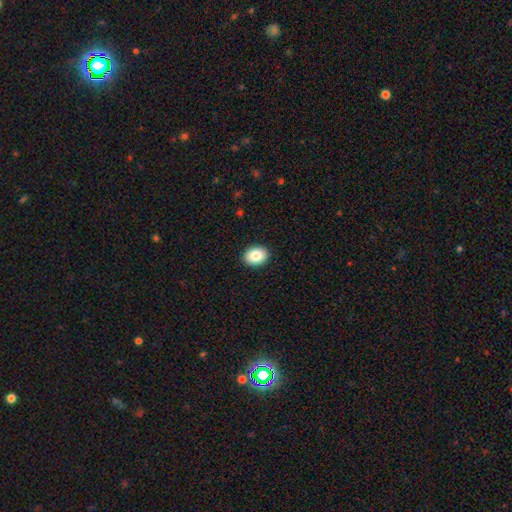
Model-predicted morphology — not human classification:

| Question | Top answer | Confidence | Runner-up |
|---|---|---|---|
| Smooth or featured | smooth | 86% | star or artifact (8%) |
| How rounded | in between | 63% | round (36%) |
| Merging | none | 91% | minor disturbance (6%) |